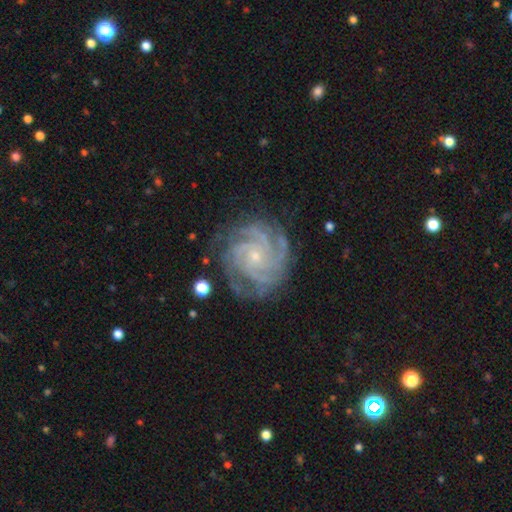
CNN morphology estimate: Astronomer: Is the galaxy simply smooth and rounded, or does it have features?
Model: featured or disk — 90%.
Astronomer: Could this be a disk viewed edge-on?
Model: no — 98%.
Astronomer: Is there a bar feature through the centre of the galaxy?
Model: no — 75%.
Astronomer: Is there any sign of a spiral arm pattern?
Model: yes — 98%.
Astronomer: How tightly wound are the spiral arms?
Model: tight — 75%.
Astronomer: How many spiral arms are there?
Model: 4 — 38% (runner-up: 3, 21%).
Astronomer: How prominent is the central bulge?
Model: small — 81%.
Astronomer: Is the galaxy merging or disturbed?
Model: none — 78%.